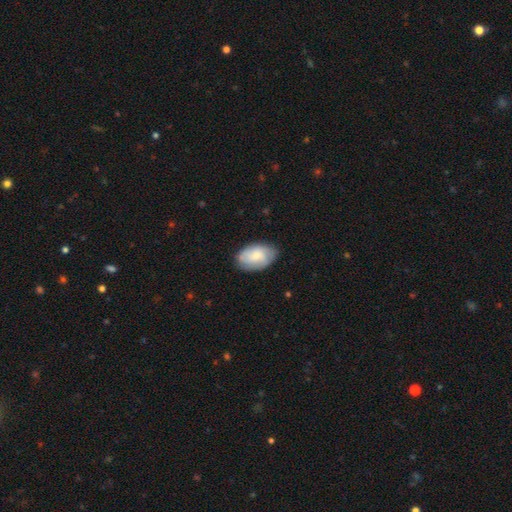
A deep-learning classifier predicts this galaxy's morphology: Q: Smooth or featured?
A: smooth (65%); runner-up: featured or disk (29%)
Q: How rounded?
A: in between (91%); runner-up: round (8%)
Q: Merging?
A: none (77%); runner-up: minor disturbance (18%)